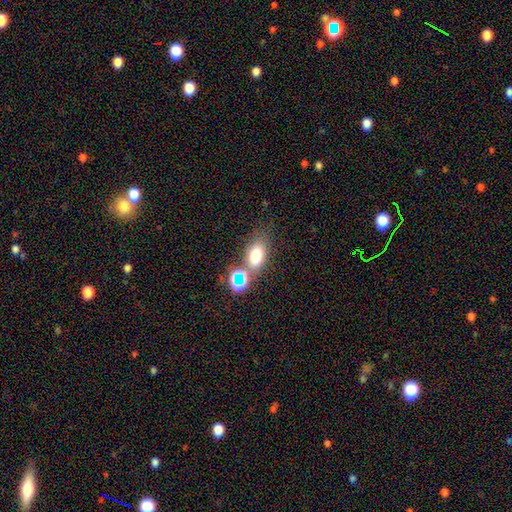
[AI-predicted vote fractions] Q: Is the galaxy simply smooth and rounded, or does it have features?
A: smooth — 71%.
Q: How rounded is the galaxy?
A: in between — 81%.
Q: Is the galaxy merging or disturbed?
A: none — 58%.